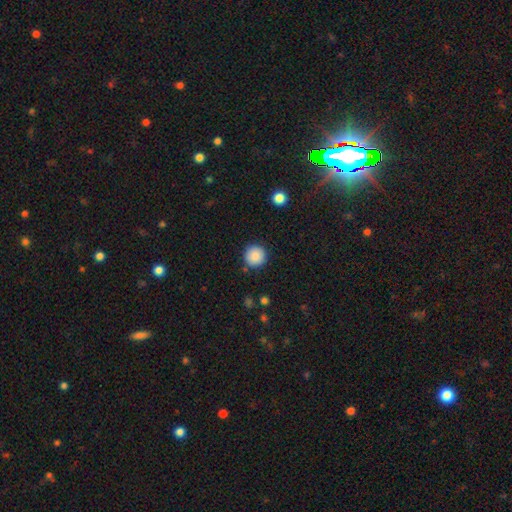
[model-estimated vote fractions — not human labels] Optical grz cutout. It shows a smooth galaxy with no disk features (87%) that is round (96%). Merging: none (90%).